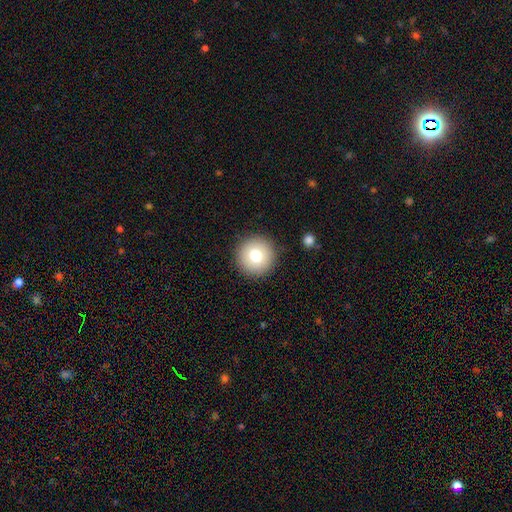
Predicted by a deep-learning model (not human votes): smooth_or_featured: smooth (p=0.75) [alt: featured or disk p=0.14]
how_rounded: round (p=0.96) [alt: in between p=0.03]
merging: none (p=0.91) [alt: minor disturbance p=0.06]